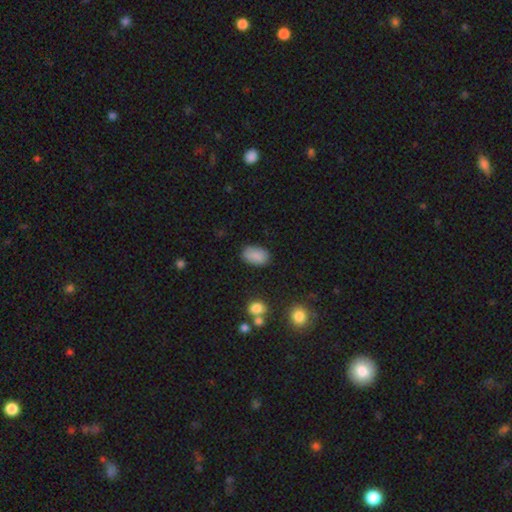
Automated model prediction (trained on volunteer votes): A smooth galaxy with no disk features (87%) that is in between round and cigar-shaped (91%). Merging: none (85%).